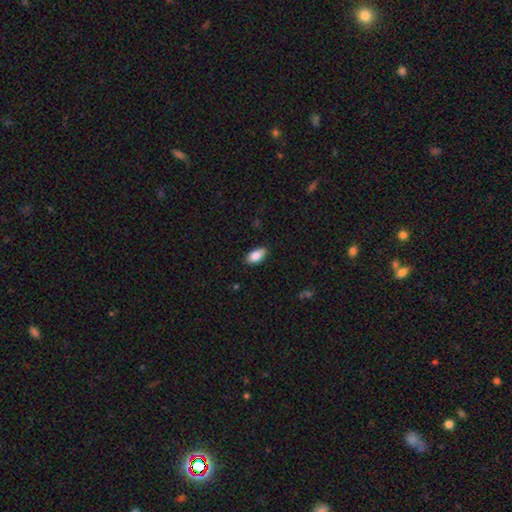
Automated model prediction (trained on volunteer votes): Overall: smooth (83%). How rounded: in between (91%). Merging: none (85%).